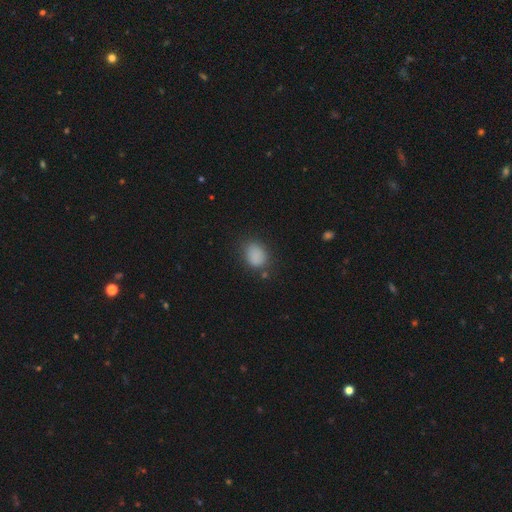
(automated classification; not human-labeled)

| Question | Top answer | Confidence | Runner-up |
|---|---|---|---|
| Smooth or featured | smooth | 85% | star or artifact (10%) |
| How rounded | in between | 61% | round (38%) |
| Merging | none | 72% | minor disturbance (19%) |